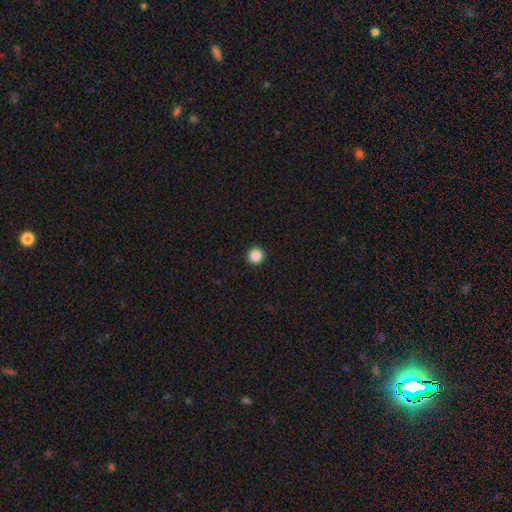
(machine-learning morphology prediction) This appears to be a smooth galaxy with no disk features (88%) that is round (95%). Merging: none (94%).